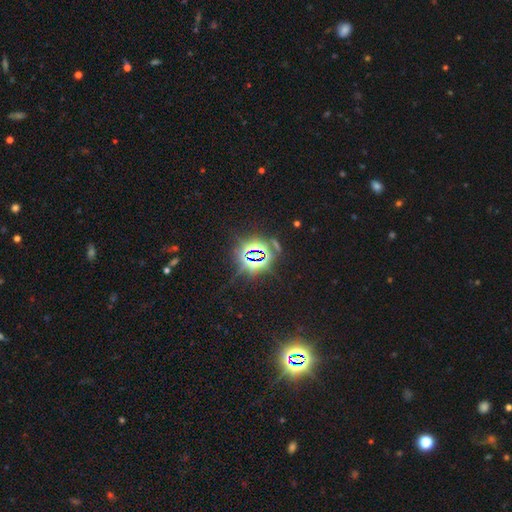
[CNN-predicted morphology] type=star or artifact (83%).